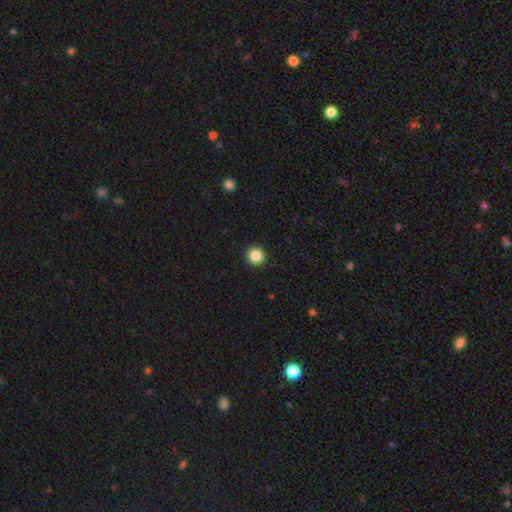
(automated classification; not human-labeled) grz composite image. It shows a smooth galaxy with no disk features (86%) that is round (94%). Merging: none (93%).